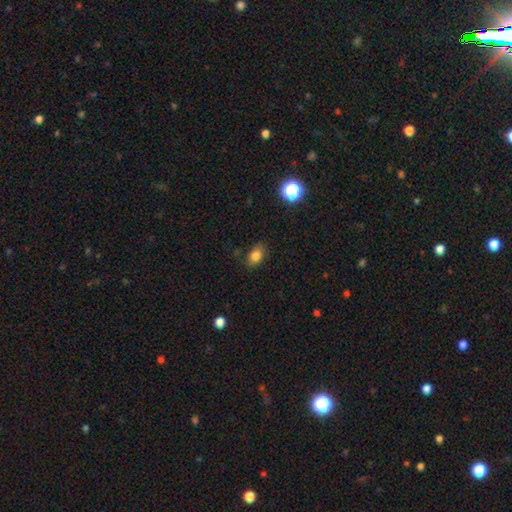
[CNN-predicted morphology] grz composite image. It shows a smooth galaxy with no disk features (81%) that is in between round and cigar-shaped (78%). Merging: none (77%).